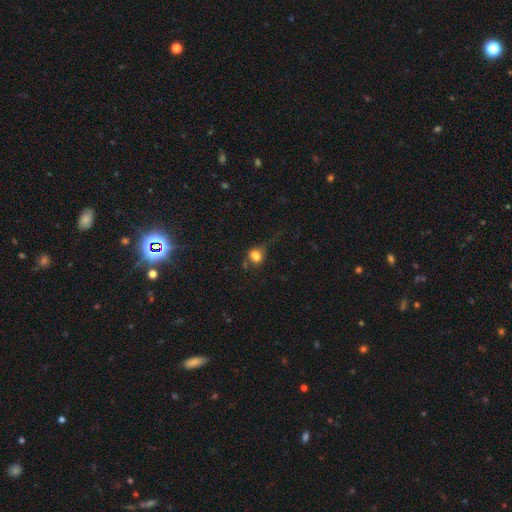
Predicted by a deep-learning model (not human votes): Q: Smooth or featured?
A: smooth (73%); runner-up: featured or disk (14%)
Q: How rounded?
A: round (58%); runner-up: in between (40%)
Q: Merging?
A: none (36%); runner-up: major disturbance (25%)